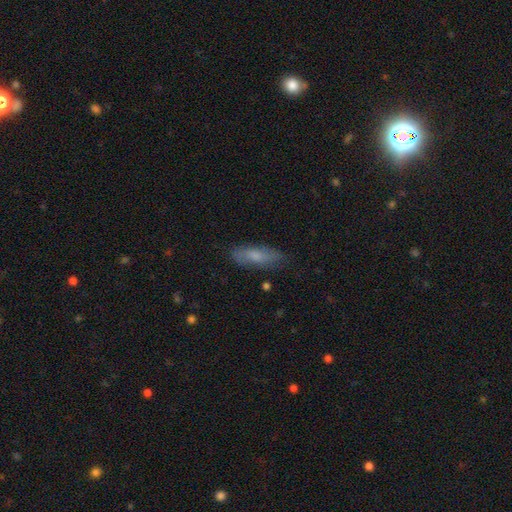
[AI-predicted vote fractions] Smooth or featured: smooth — 69% (featured or disk — 24%)
How rounded: cigar-shaped — 53% (in between — 45%)
Merging: none — 79% (minor disturbance — 16%)